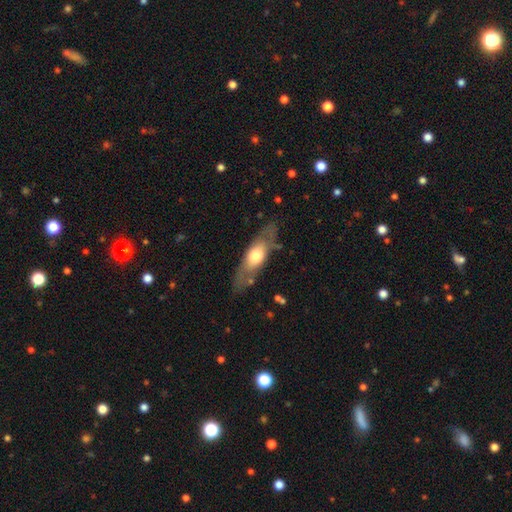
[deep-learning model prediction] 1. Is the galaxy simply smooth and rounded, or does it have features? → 51% smooth, 43% featured or disk, 6% star or artifact.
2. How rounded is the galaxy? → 60% in between, 36% cigar-shaped, 3% round.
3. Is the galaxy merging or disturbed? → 72% none, 18% minor disturbance, 7% major disturbance, 3% merger.